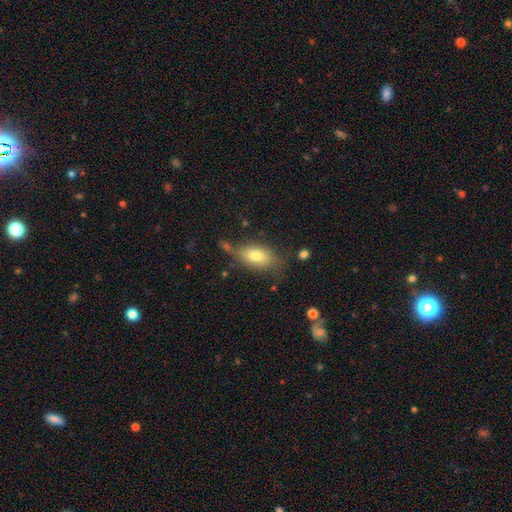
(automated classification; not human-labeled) Smooth or featured? Predicted: smooth (p=0.76). How rounded? Predicted: in between (p=0.89). Merging? Predicted: none (p=0.61).